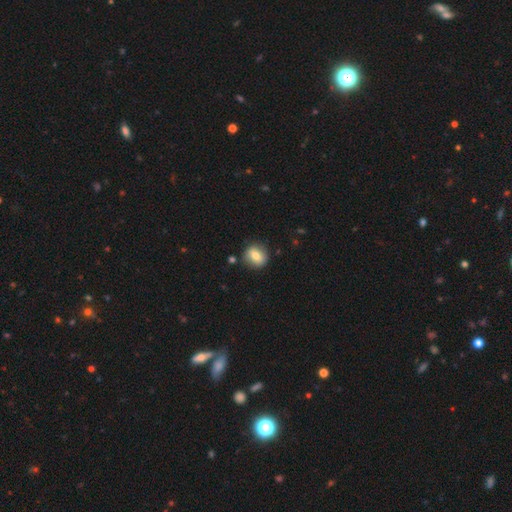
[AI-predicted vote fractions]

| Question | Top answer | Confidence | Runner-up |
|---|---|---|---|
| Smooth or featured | smooth | 71% | featured or disk (21%) |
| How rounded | round | 81% | in between (18%) |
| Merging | none | 84% | minor disturbance (10%) |